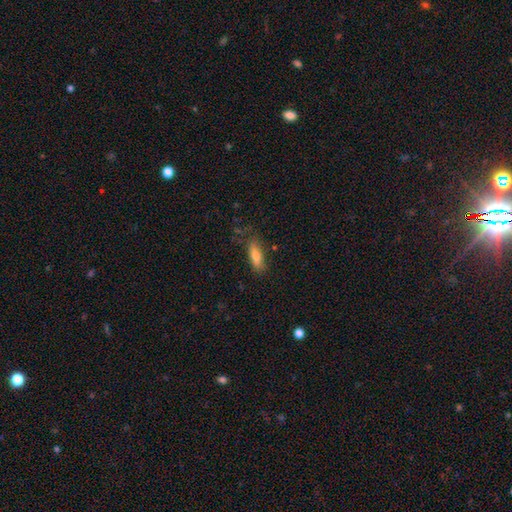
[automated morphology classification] A smooth galaxy with no disk features (75%) that is cigar-shaped (50%).

Vote fractions:
- Smooth or featured? smooth: 75% / featured or disk: 18% / star or artifact: 8%
- How rounded? cigar-shaped: 50% / in between: 48% / round: 2%
- Merging? none: 74% / minor disturbance: 19% / major disturbance: 5% / merger: 2%